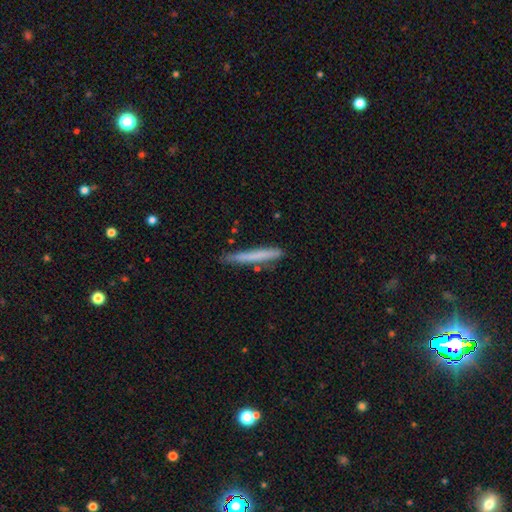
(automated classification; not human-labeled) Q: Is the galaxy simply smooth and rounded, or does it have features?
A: smooth — 67%.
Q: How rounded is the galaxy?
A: cigar-shaped — 97%.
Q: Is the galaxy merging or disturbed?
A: none — 81%.